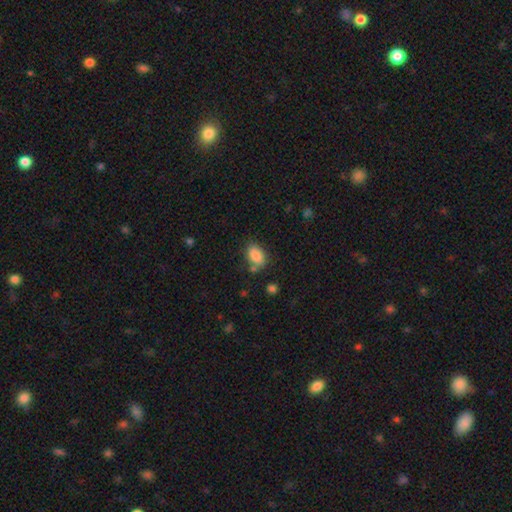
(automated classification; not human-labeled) Q: Smooth or featured?
A: smooth (86%); runner-up: star or artifact (8%)
Q: How rounded?
A: in between (88%); runner-up: round (10%)
Q: Merging?
A: none (70%); runner-up: minor disturbance (18%)